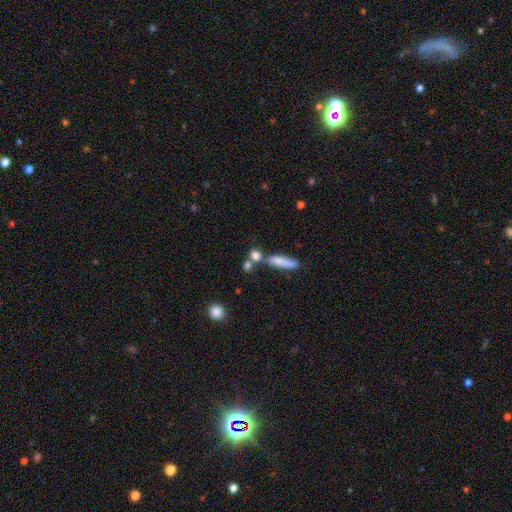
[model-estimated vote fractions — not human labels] A smooth galaxy with no disk features (76%) that is round (48%).

Vote fractions:
- Smooth or featured? smooth: 76% / featured or disk: 13% / star or artifact: 11%
- How rounded? round: 48% / in between: 30% / cigar-shaped: 23%
- Merging? none: 50% / merger: 35% / minor disturbance: 10% / major disturbance: 5%